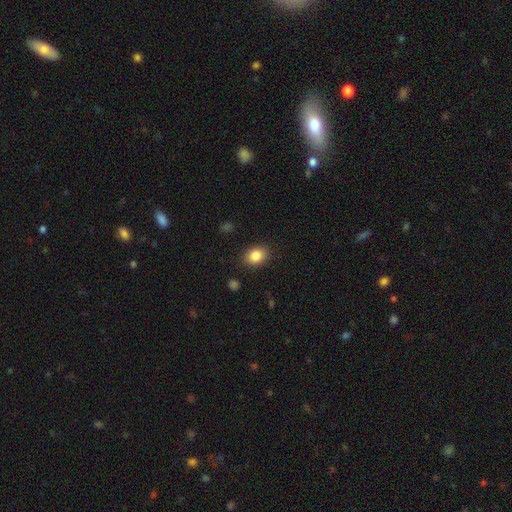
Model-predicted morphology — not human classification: Smooth or featured? smooth (85%)
How rounded? in between (62%)
Merging? none (87%)